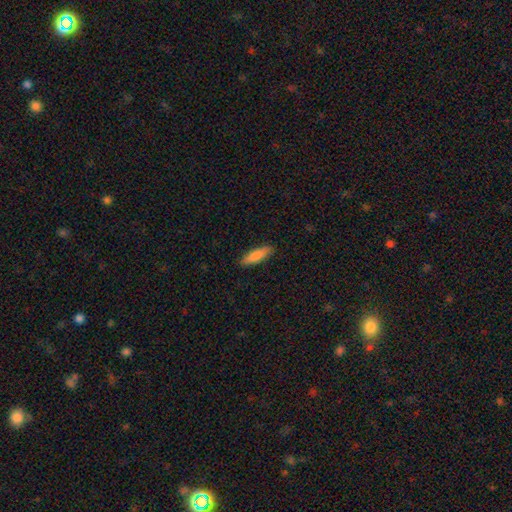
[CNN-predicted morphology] Overall: smooth (83%). How rounded: cigar-shaped (65%; in between 34%). Merging: none (88%).